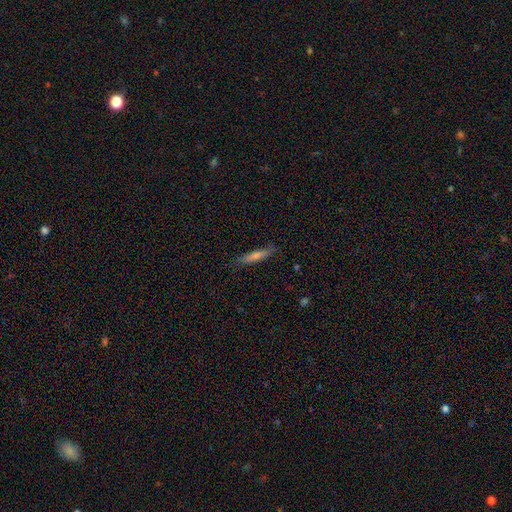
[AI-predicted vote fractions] This is likely a smooth galaxy (62%). How rounded: clearly cigar-shaped (90%). Merging: clearly none (86%).